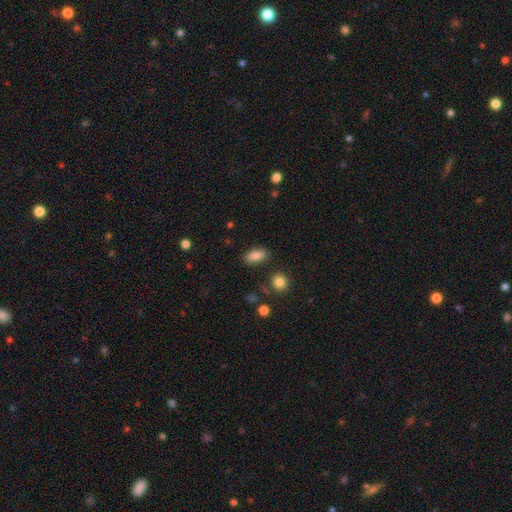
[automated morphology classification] type=smooth (82%); roundness=in between (88%); merging=none (83%).